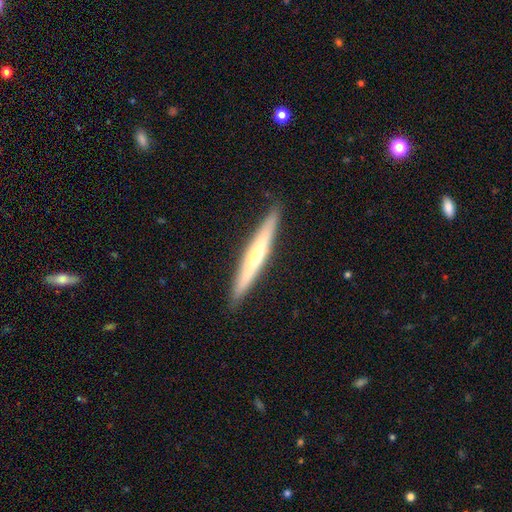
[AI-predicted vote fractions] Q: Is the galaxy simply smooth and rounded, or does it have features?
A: featured or disk — 55%.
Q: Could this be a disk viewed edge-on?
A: yes — 96%.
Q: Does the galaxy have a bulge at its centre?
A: rounded — 61%.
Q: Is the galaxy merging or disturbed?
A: none — 91%.